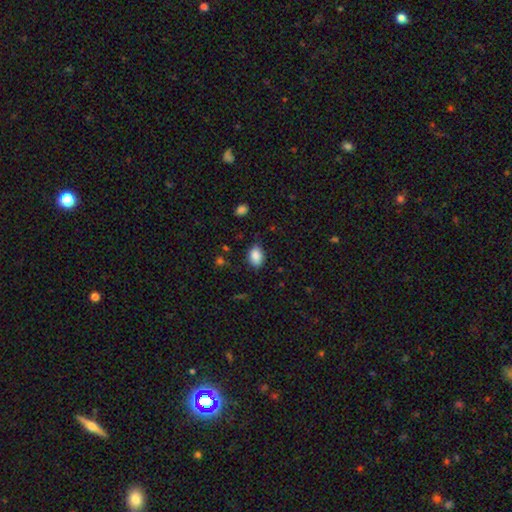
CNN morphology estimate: smooth-or-featured: smooth: 88% | star or artifact: 8% | featured or disk: 5%
  how-rounded: in between: 82% | round: 17% | cigar-shaped: 1%
  merging: none: 77% | minor disturbance: 18% | major disturbance: 4% | merger: 1%